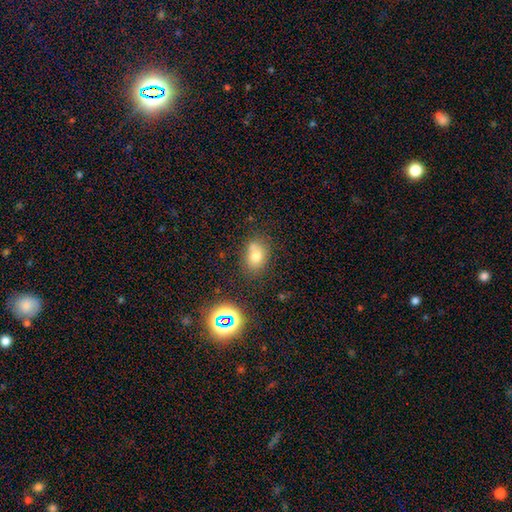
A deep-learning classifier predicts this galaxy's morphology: Smooth or featured?
  - smooth: 71% *
  - star or artifact: 16%
  - featured or disk: 13%
How rounded?
  - in between: 61% *
  - round: 37%
  - cigar-shaped: 1%
Merging?
  - none: 58% *
  - merger: 19%
  - minor disturbance: 17%
  - major disturbance: 5%